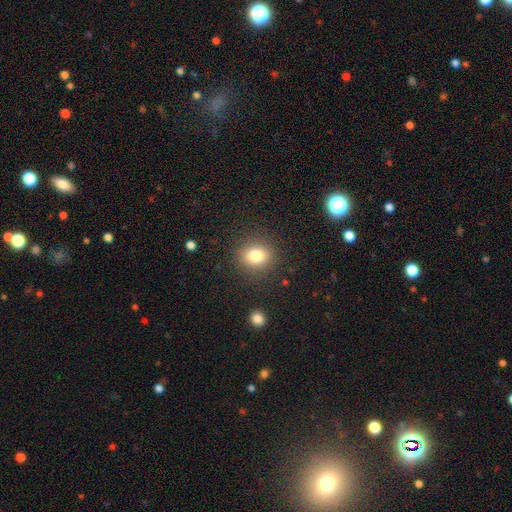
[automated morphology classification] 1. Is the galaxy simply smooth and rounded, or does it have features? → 81% smooth, 11% star or artifact, 8% featured or disk.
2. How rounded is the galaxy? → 71% round, 28% in between, 1% cigar-shaped.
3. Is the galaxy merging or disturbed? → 87% none, 8% minor disturbance, 3% major disturbance, 1% merger.